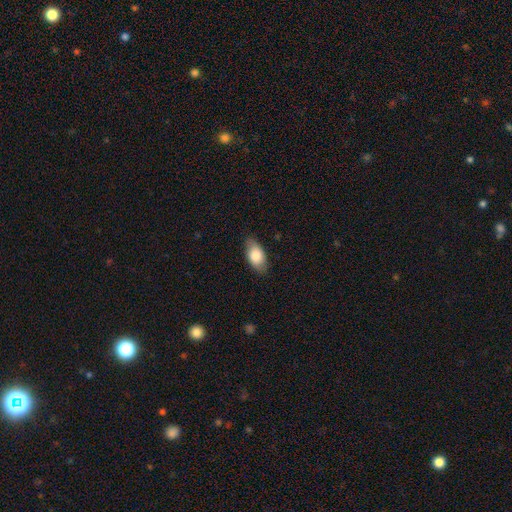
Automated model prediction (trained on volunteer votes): Smooth or featured?
  - smooth: 80% *
  - featured or disk: 14%
  - star or artifact: 6%
How rounded?
  - in between: 92% *
  - round: 4%
  - cigar-shaped: 3%
Merging?
  - none: 82% *
  - minor disturbance: 15%
  - major disturbance: 3%
  - merger: 1%